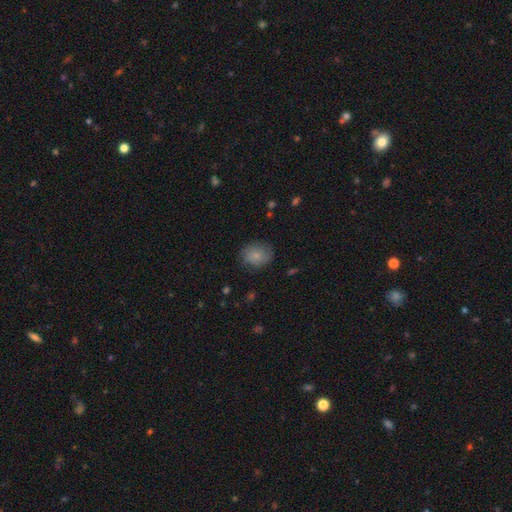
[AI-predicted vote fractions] smooth-or-featured: smooth: 76% | featured or disk: 16% | star or artifact: 8%
  how-rounded: round: 58% | in between: 41% | cigar-shaped: 1%
  merging: none: 75% | minor disturbance: 19% | major disturbance: 5% | merger: 1%